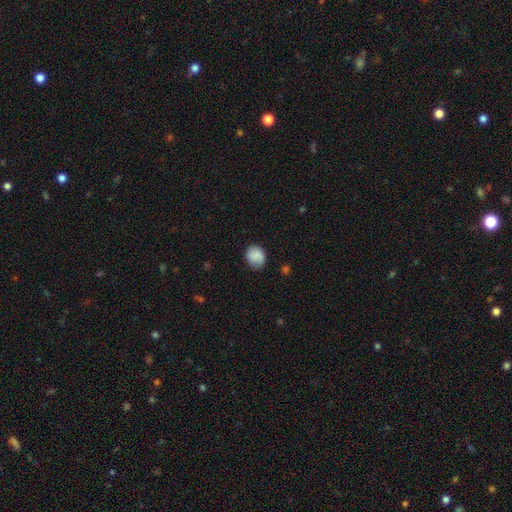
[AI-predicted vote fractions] A smooth galaxy with no disk features (83%) that is round (67%). Merging: none (75%).